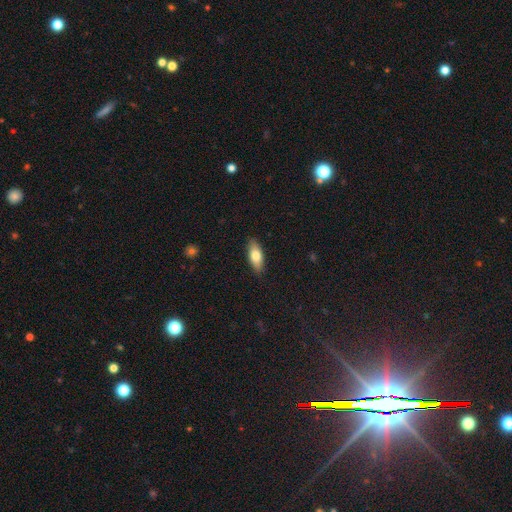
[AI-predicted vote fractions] Overall: smooth (75%). How rounded: in between (75%). Merging: none (88%).